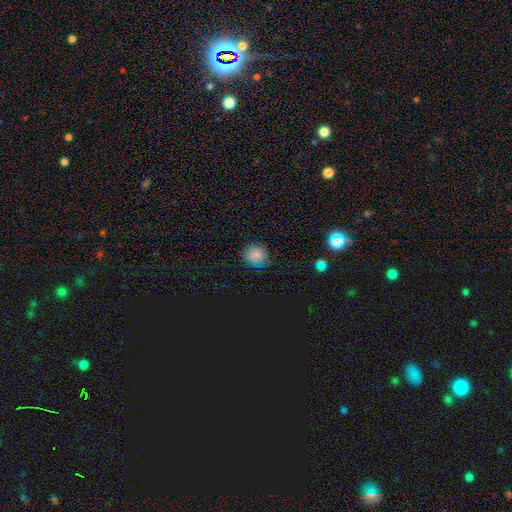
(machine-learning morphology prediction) The model was most divided on "smooth or featured": smooth: 74%, star or artifact: 18%, featured or disk: 8%. More confident: merging — none (85%); how rounded — round (83%).